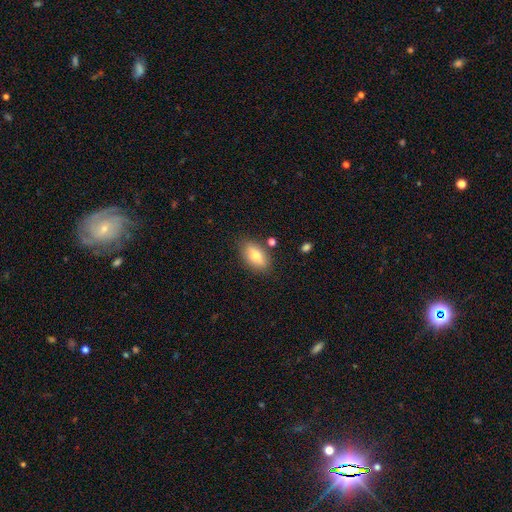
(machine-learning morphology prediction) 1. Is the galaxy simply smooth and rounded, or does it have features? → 72% smooth, 20% featured or disk, 8% star or artifact.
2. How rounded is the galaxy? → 87% in between, 7% round, 7% cigar-shaped.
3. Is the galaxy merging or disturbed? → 81% none, 13% minor disturbance, 4% merger, 3% major disturbance.